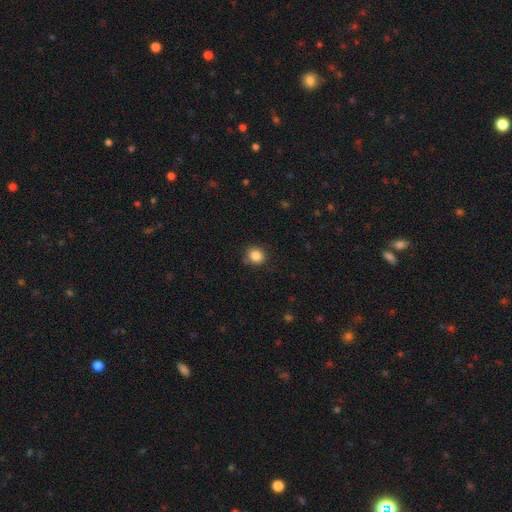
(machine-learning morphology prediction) A smooth galaxy with no disk features (85%) that is round (85%). Merging: none (82%).